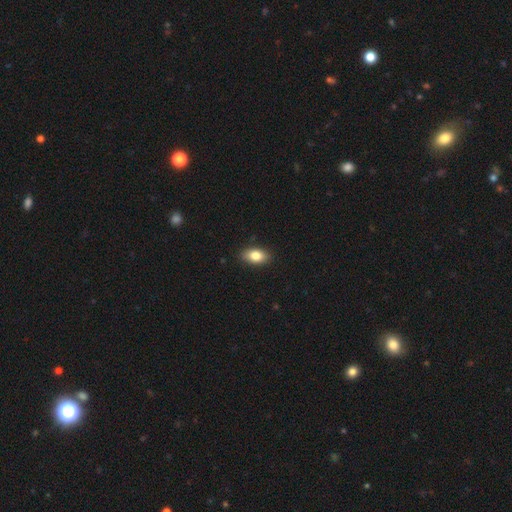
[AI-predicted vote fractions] A smooth galaxy with no disk features (82%) that is in between round and cigar-shaped (89%).

Vote fractions:
- Smooth or featured? smooth: 82% / featured or disk: 10% / star or artifact: 8%
- How rounded? in between: 89% / round: 8% / cigar-shaped: 3%
- Merging? none: 88% / minor disturbance: 9% / major disturbance: 2% / merger: 1%